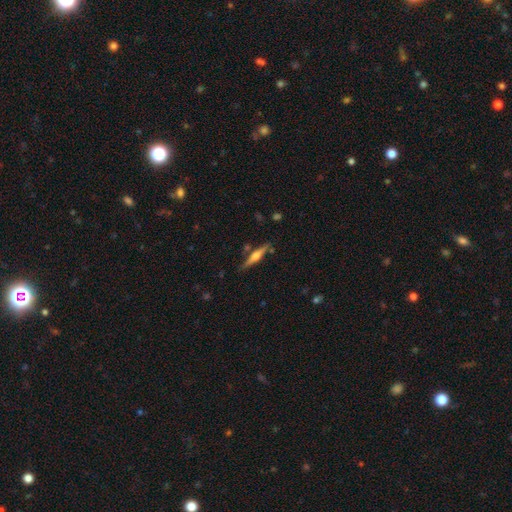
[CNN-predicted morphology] Q: Smooth or featured?
A: featured or disk (66%); runner-up: smooth (28%)
Q: Edge-on disk?
A: yes (97%); runner-up: no (3%)
Q: Edge-on bulge?
A: rounded (85%); runner-up: boxy (10%)
Q: Merging?
A: none (80%); runner-up: minor disturbance (12%)